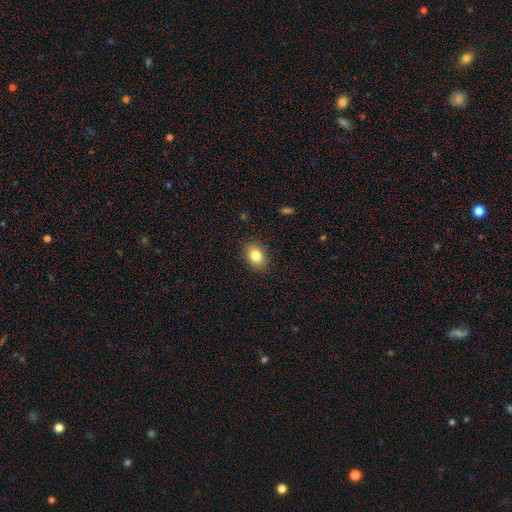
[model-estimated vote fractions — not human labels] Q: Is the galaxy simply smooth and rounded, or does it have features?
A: smooth — 83%.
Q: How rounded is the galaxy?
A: in between — 71%.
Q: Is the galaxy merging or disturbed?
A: none — 88%.